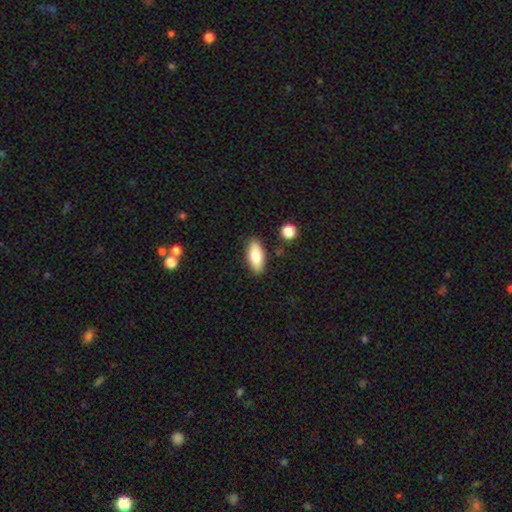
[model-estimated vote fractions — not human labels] Smooth or featured: smooth — 78% (featured or disk — 15%)
How rounded: in between — 83% (cigar-shaped — 15%)
Merging: none — 86% (minor disturbance — 9%)